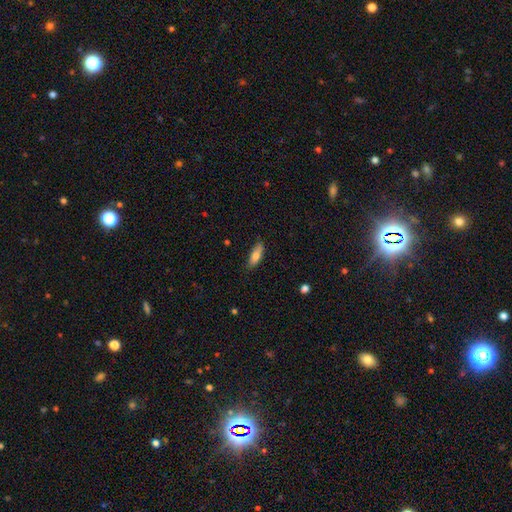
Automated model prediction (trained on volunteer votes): The model was most divided on "how rounded": in between: 57%, cigar-shaped: 41%, round: 2%. More confident: smooth or featured — smooth (80%); merging — none (77%).